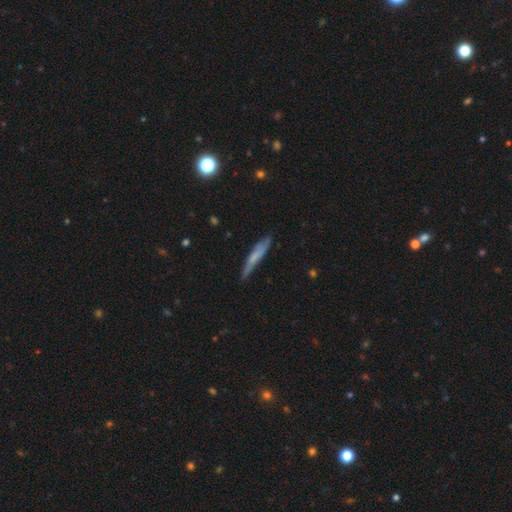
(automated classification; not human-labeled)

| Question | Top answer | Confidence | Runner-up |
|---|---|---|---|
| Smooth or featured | smooth | 59% | featured or disk (34%) |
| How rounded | cigar-shaped | 93% | in between (6%) |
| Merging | none | 71% | minor disturbance (22%) |